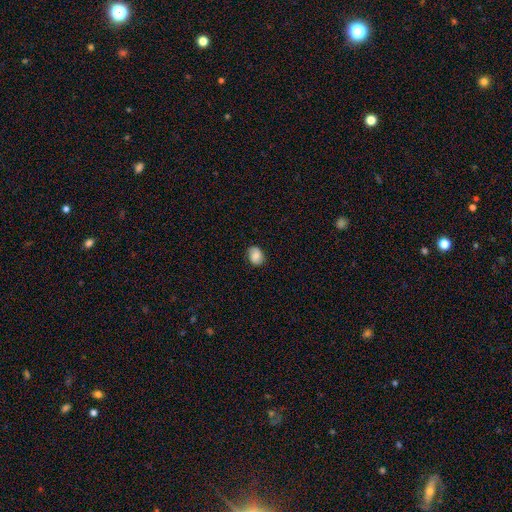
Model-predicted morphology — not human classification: smooth-or-featured: smooth: 76% | featured or disk: 15% | star or artifact: 9%
  how-rounded: in between: 59% | round: 40% | cigar-shaped: 1%
  merging: none: 80% | minor disturbance: 15% | major disturbance: 3% | merger: 1%